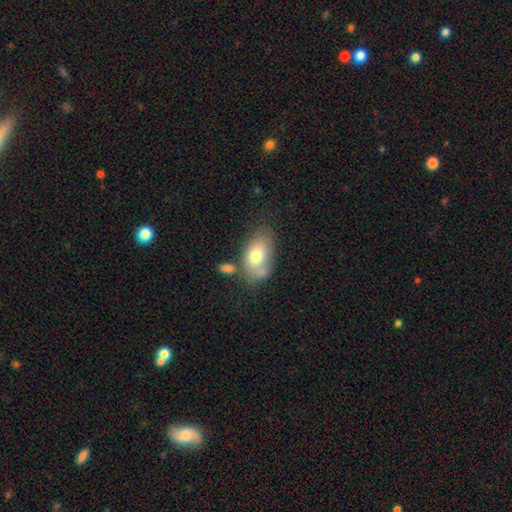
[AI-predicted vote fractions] Overall: smooth (72%). How rounded: in between (90%). Merging: none (49%; minor disturbance 23%).